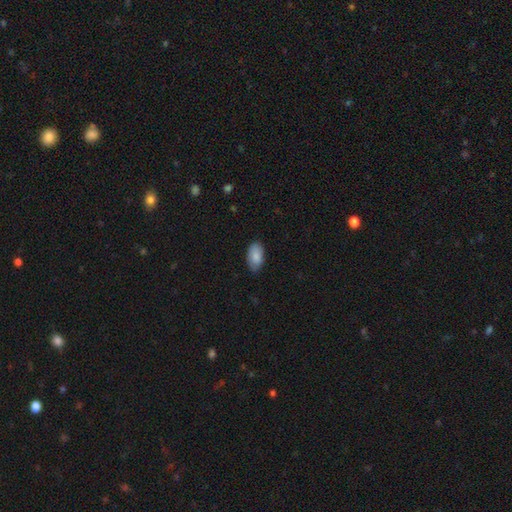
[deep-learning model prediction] smooth 86%, featured or disk 8%, star or artifact 6%. Down the decision tree: how rounded — in between (95%); merging — none (77%).